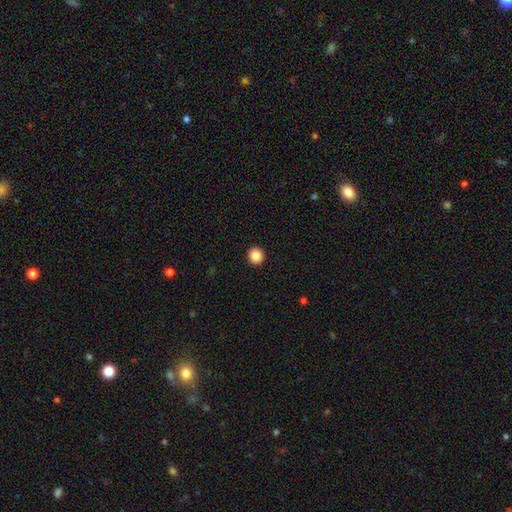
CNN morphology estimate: A smooth galaxy with no disk features (87%) that is round (94%).

Vote fractions:
- Smooth or featured? smooth: 87% / star or artifact: 9% / featured or disk: 3%
- How rounded? round: 94% / in between: 5% / cigar-shaped: 1%
- Merging? none: 94% / minor disturbance: 4% / major disturbance: 1% / merger: 1%